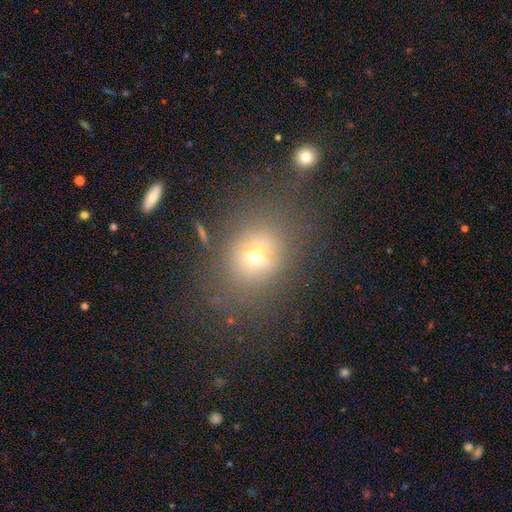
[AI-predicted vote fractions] A smooth galaxy with no disk features (60%) that is round (61%). Merging: none (67%).